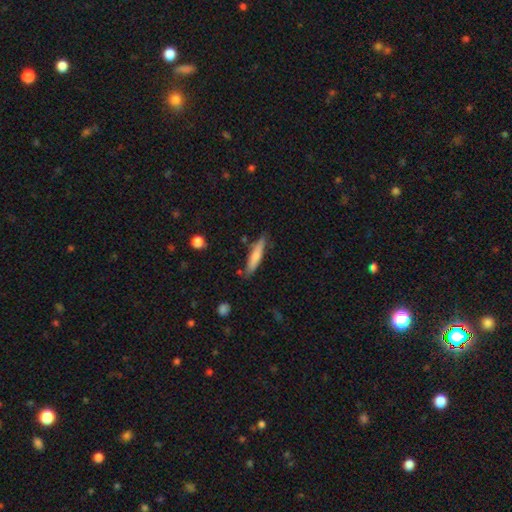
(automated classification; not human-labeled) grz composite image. It shows a smooth galaxy with no disk features (72%) that is cigar-shaped (86%). Merging: none (79%).